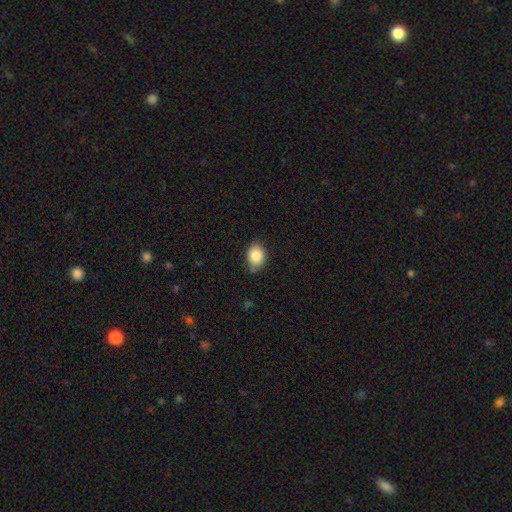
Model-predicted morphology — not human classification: Smooth or featured? smooth (86%)
How rounded? in between (55%)
Merging? none (73%)